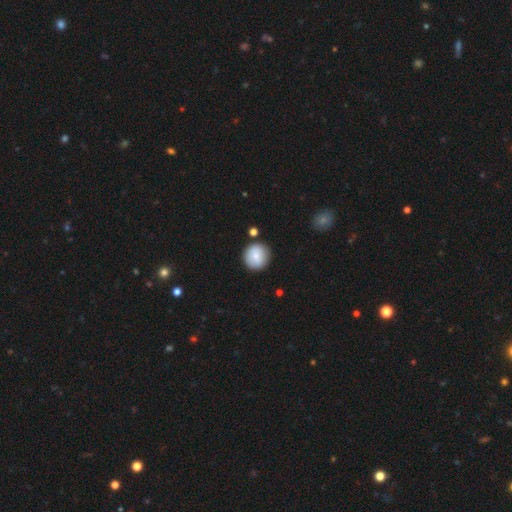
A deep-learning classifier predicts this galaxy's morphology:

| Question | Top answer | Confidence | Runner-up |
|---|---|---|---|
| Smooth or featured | smooth | 78% | featured or disk (14%) |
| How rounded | round | 93% | in between (6%) |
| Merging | none | 84% | minor disturbance (10%) |